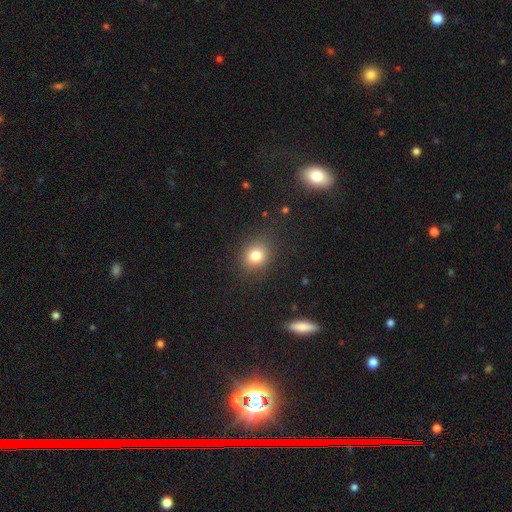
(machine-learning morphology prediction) This is clearly a smooth galaxy (80%). How rounded: likely round (70%). Merging: clearly none (86%).